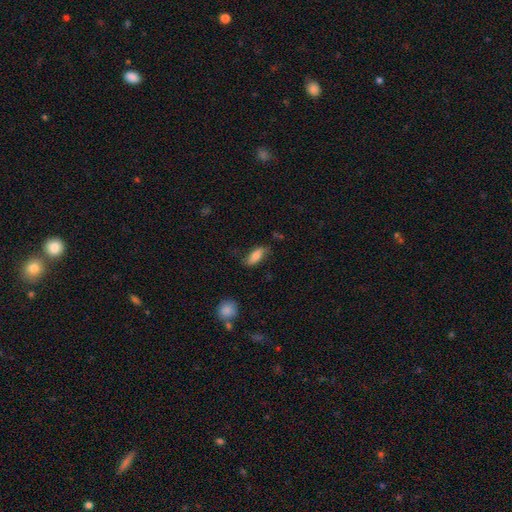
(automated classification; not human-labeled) A smooth galaxy with no disk features (74%) that is in between round and cigar-shaped (78%). Merging: none (70%).